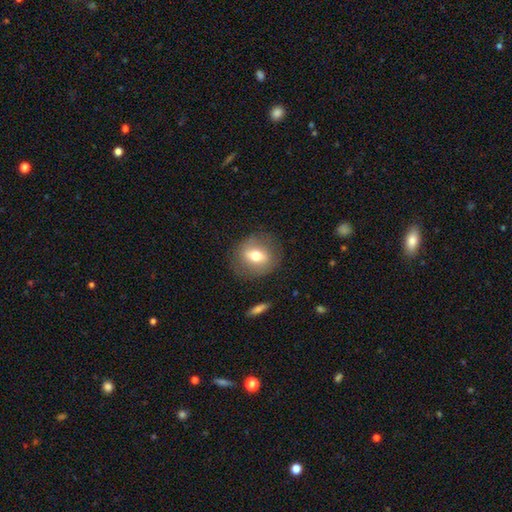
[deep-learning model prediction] A smooth galaxy with no disk features (59%) that is round (62%). Merging: none (82%).